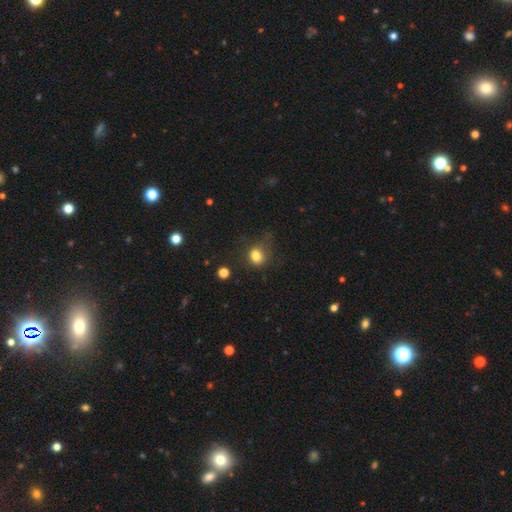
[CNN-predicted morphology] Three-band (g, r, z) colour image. It shows a smooth galaxy with no disk features (80%) that is round (70%). Merging: none (54%).